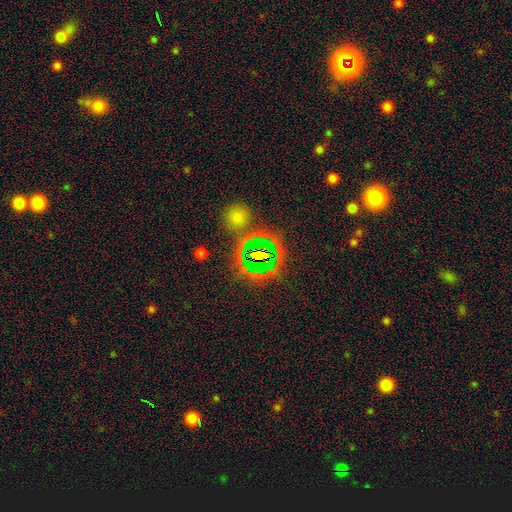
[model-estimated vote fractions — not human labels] Smooth or featured: star or artifact — 68% (smooth — 20%)